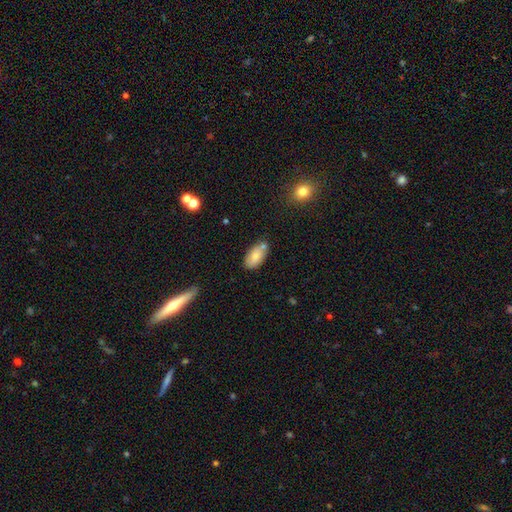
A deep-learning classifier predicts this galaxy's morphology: Smooth or featured: smooth — 78% (featured or disk — 15%)
How rounded: in between — 93% (cigar-shaped — 4%)
Merging: none — 64% (minor disturbance — 18%)